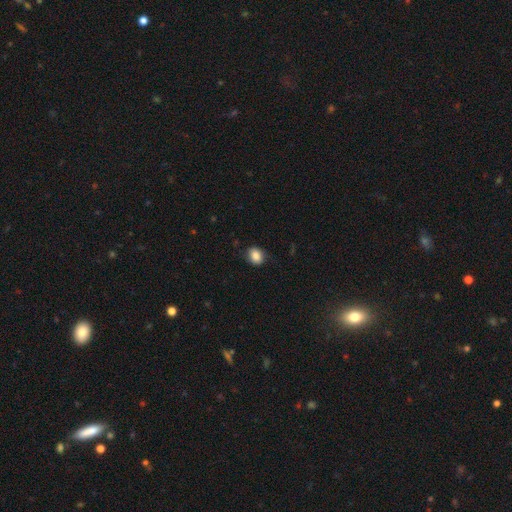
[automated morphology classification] This is clearly a smooth galaxy (84%). How rounded: possibly round (51%). Merging: clearly none (81%).